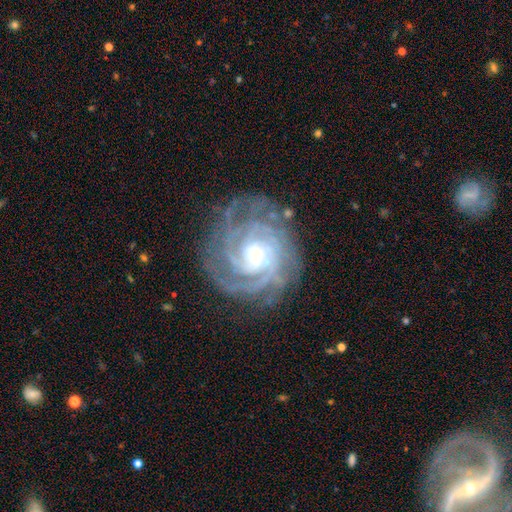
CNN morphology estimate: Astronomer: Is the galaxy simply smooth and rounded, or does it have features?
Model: featured or disk — 90%.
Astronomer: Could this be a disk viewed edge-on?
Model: no — 97%.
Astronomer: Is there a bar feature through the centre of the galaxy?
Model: no — 71%.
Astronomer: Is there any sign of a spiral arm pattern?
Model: yes — 98%.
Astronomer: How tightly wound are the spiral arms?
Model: tight — 75%.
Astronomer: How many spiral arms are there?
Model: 4 — 30% (runner-up: 3, 19%).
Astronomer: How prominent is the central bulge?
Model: small — 74%.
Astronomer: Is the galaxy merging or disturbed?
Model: none — 75%.